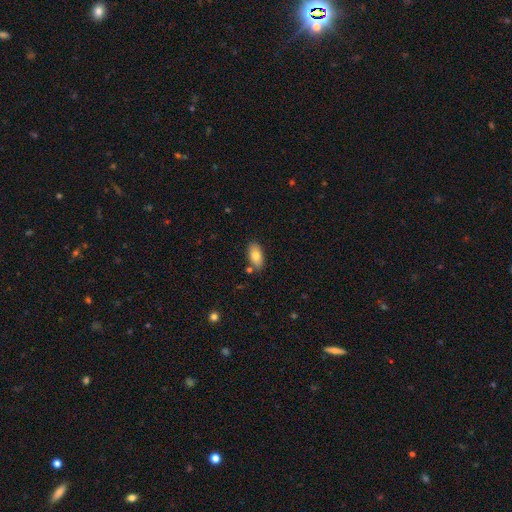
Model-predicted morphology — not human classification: Smooth or featured? Predicted: smooth (p=0.81). How rounded? Predicted: in between (p=0.93). Merging? Predicted: none (p=0.81).